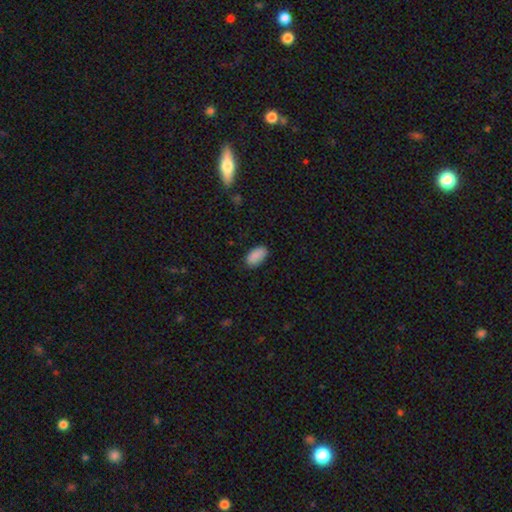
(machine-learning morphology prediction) This appears to be a smooth galaxy with no disk features (89%) that is in between round and cigar-shaped (94%). Merging: none (82%).